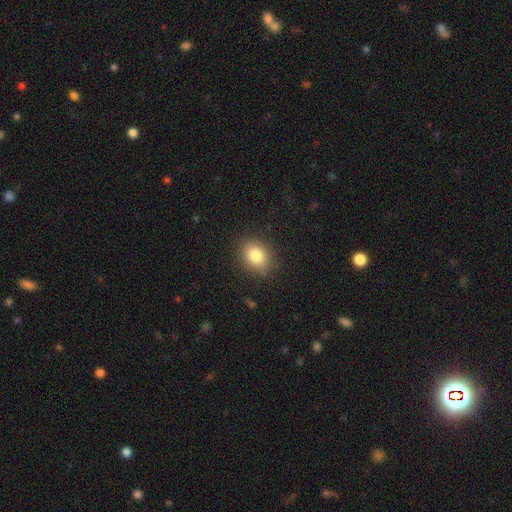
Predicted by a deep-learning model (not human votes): This appears to be a smooth galaxy with no disk features (82%) that is in between round and cigar-shaped (53%). Merging: none (86%).